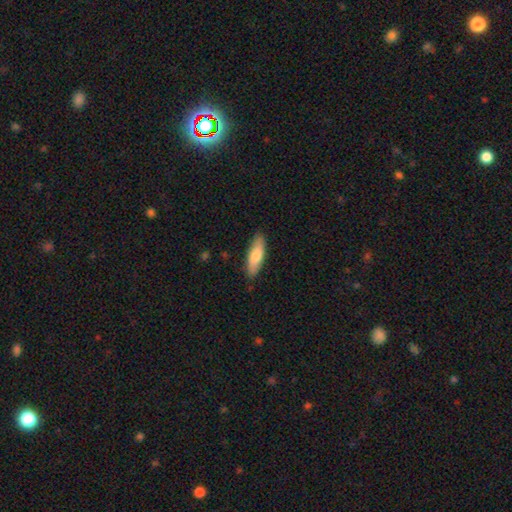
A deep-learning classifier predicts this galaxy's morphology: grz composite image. It shows a smooth galaxy with no disk features (77%) that is in between round and cigar-shaped (50%). Merging: none (86%).